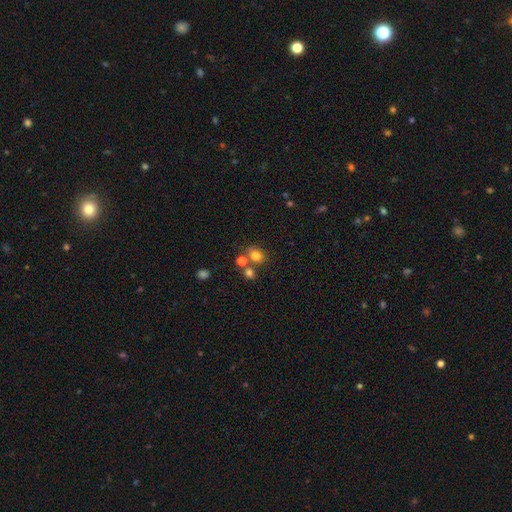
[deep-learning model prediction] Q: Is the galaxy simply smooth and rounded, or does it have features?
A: smooth — 76%.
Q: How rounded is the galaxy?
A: round — 62%.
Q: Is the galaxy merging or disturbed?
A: none — 59%.